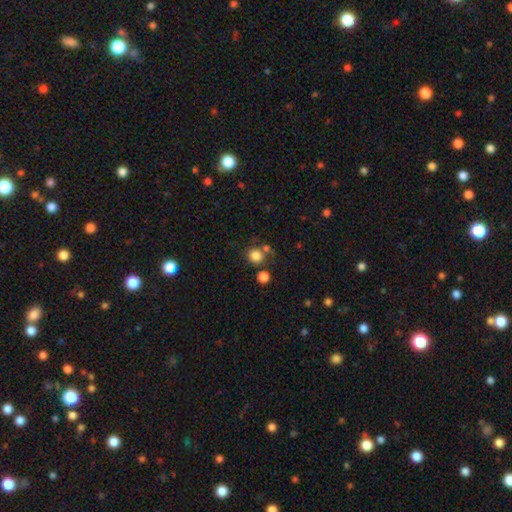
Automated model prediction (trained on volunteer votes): A smooth galaxy with no disk features (82%) that is round (87%). Merging: none (70%).